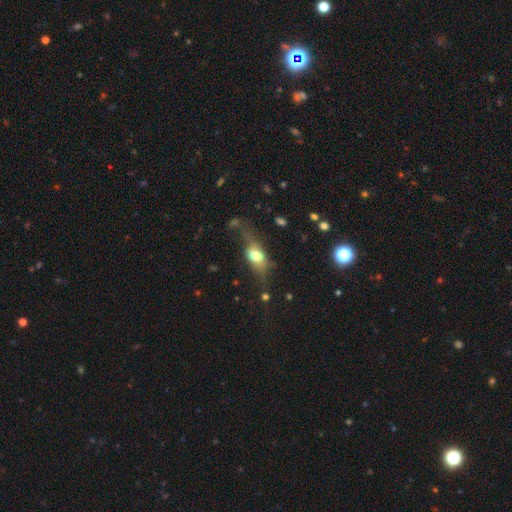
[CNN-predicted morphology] Smooth or featured: smooth — 59% (featured or disk — 31%)
How rounded: in between — 77% (cigar-shaped — 12%)
Merging: none — 43% (major disturbance — 26%)